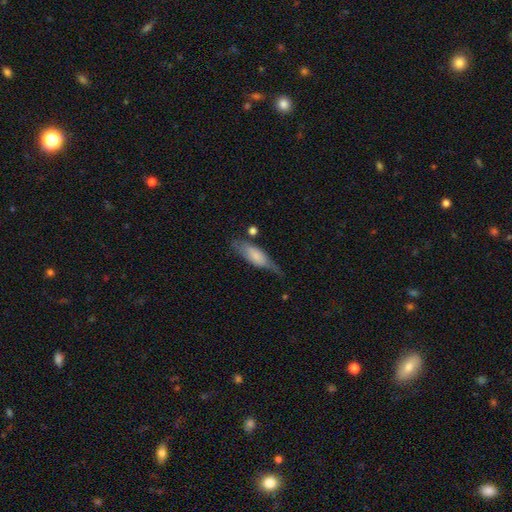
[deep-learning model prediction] Smooth or featured: smooth — 65% (featured or disk — 29%)
How rounded: in between — 52% (cigar-shaped — 46%)
Merging: none — 55% (minor disturbance — 30%)